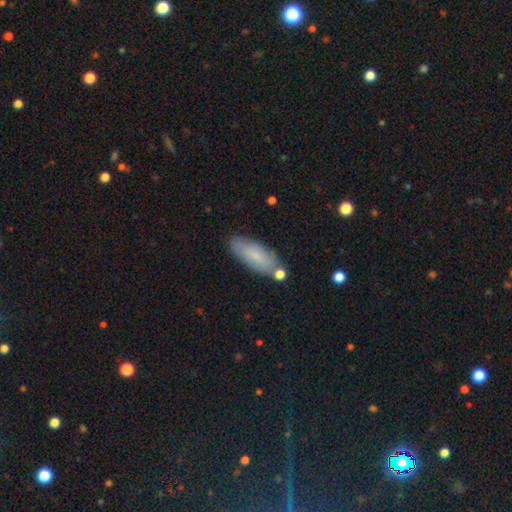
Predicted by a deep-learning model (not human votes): Smooth or featured: smooth — 76% (featured or disk — 17%)
How rounded: in between — 75% (cigar-shaped — 23%)
Merging: none — 75% (minor disturbance — 16%)